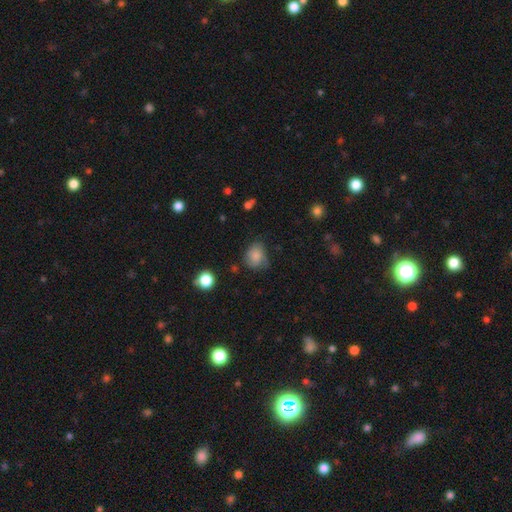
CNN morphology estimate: This is likely a smooth galaxy (77%). How rounded: possibly round (59%). Merging: possibly none (53%).